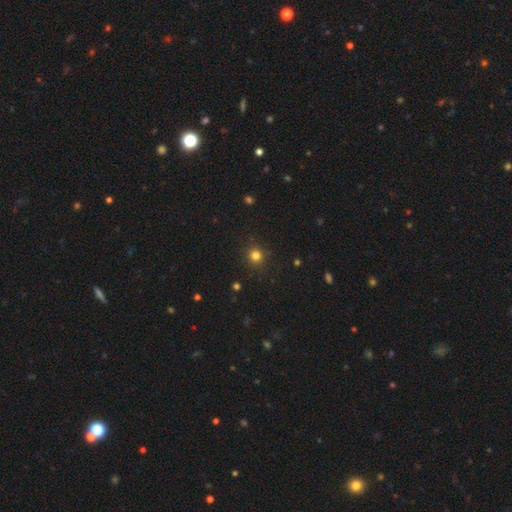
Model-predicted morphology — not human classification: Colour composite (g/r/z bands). It shows a smooth galaxy with no disk features (80%) that is round (93%). Merging: none (90%).